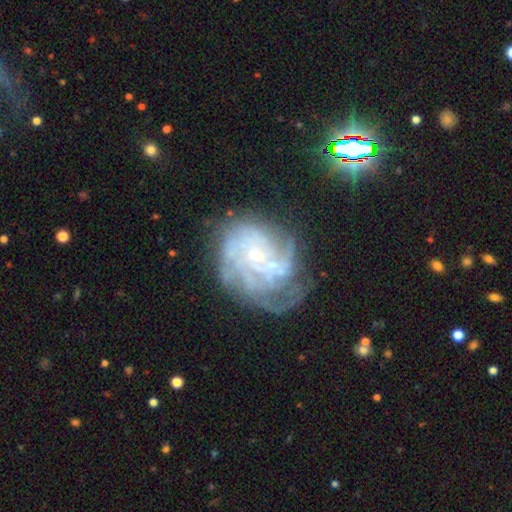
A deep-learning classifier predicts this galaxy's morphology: Smooth or featured: featured or disk — 80% (smooth — 10%)
Edge-on disk: no — 97% (yes — 3%)
Bar: no — 75% (weak — 20%)
Spiral arms: yes — 89% (no — 11%)
Spiral winding: tight — 64% (medium — 27%)
Spiral arm count: can't tell — 39% (4 — 20%)
Bulge size: small — 76% (moderate — 18%)
Merging: none — 55% (minor disturbance — 22%)